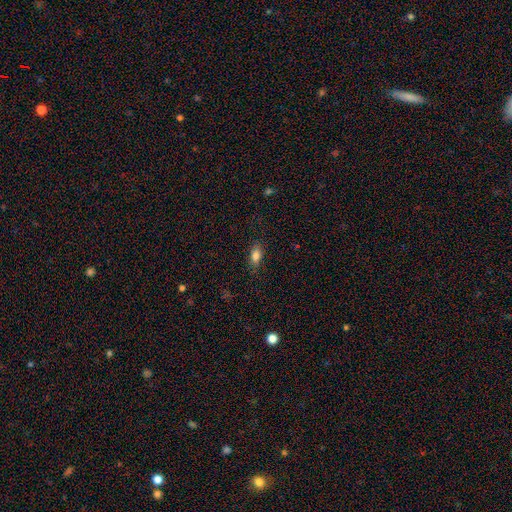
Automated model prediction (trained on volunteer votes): smooth_or_featured: smooth (p=0.82) [alt: star or artifact p=0.10]
how_rounded: in between (p=0.84) [alt: cigar-shaped p=0.09]
merging: none (p=0.83) [alt: minor disturbance p=0.12]